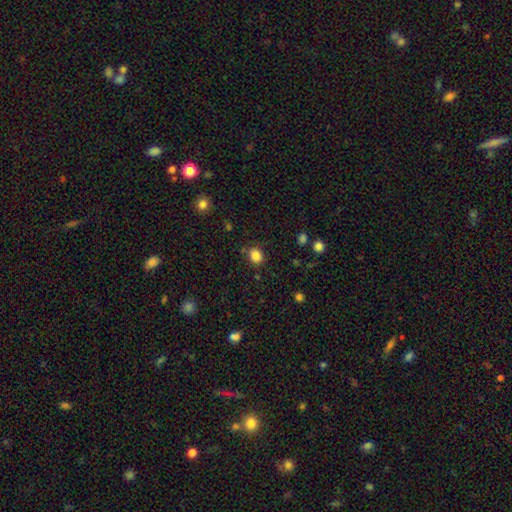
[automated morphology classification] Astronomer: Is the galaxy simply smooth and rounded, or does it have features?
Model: smooth — 85%.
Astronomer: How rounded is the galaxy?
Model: round — 63%.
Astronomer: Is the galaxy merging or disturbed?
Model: none — 81%.